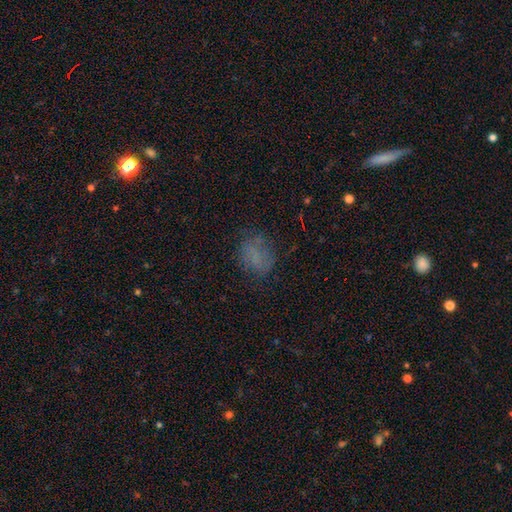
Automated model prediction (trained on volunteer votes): A smooth galaxy with no disk features (67%) that is in between round and cigar-shaped (57%).

Vote fractions:
- Smooth or featured? smooth: 67% / star or artifact: 17% / featured or disk: 15%
- How rounded? in between: 57% / round: 41% / cigar-shaped: 2%
- Merging? none: 69% / minor disturbance: 19% / major disturbance: 11% / merger: 2%